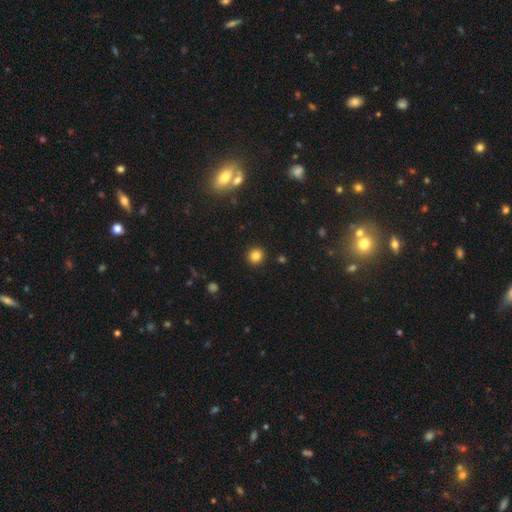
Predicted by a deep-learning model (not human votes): A smooth galaxy with no disk features (83%) that is round (93%). Merging: none (92%).